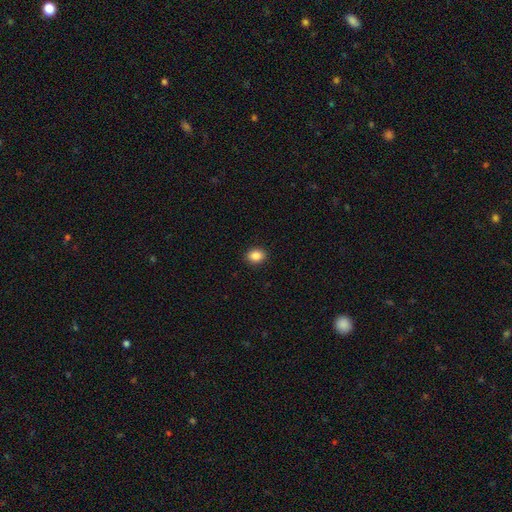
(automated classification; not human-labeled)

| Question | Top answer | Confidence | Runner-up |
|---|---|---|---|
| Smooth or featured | smooth | 88% | star or artifact (9%) |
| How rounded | in between | 64% | round (35%) |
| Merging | none | 91% | minor disturbance (7%) |